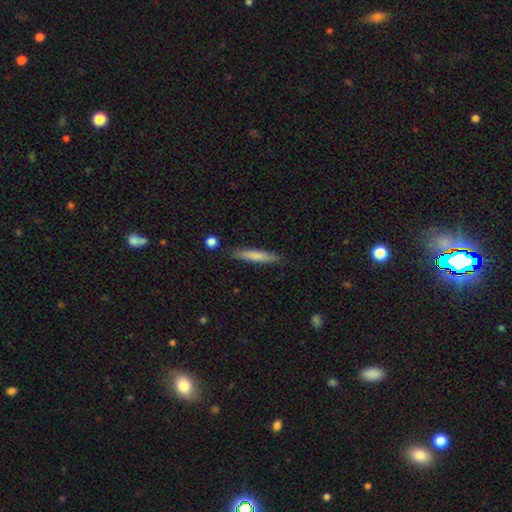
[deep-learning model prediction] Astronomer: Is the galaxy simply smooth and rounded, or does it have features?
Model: smooth — 74%.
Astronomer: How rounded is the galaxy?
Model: cigar-shaped — 92%.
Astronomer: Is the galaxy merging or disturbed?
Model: none — 86%.